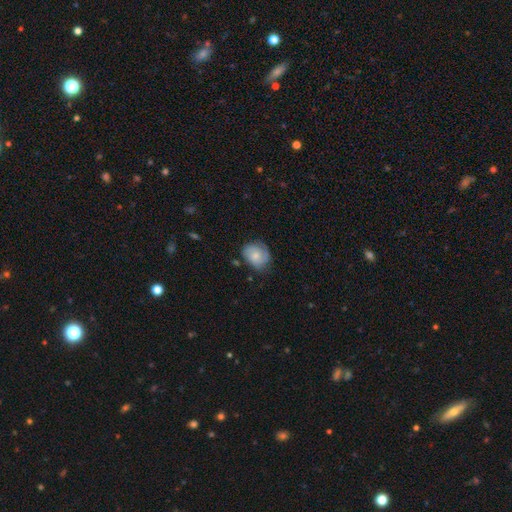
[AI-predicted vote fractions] smooth 50%, featured or disk 43%, star or artifact 7%. Down the decision tree: merging — none (65%).